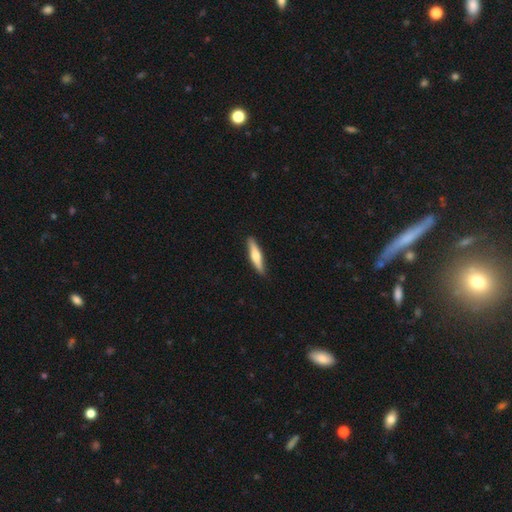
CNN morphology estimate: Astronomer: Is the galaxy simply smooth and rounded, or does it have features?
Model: smooth — 52% (runner-up: featured or disk, 43%).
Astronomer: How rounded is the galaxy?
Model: cigar-shaped — 83%.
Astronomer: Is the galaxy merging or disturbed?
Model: none — 89%.